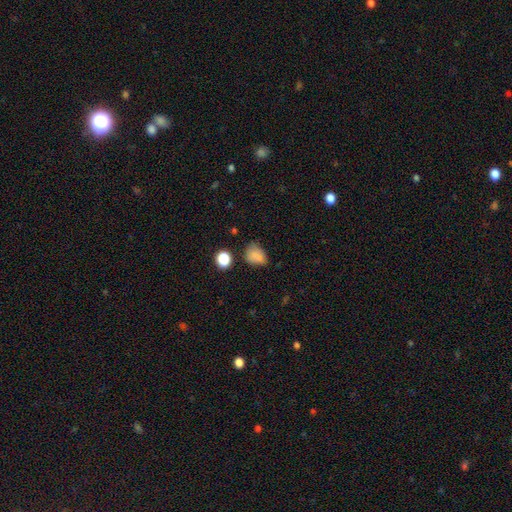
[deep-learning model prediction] A smooth galaxy with no disk features (78%) that is in between round and cigar-shaped (56%).

Vote fractions:
- Smooth or featured? smooth: 78% / star or artifact: 14% / featured or disk: 8%
- How rounded? in between: 56% / round: 43% / cigar-shaped: 1%
- Merging? none: 52% / minor disturbance: 33% / major disturbance: 9% / merger: 6%